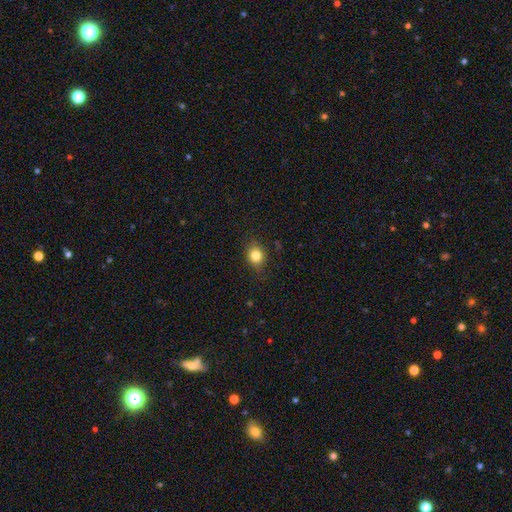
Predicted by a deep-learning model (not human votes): Overall: smooth (82%). How rounded: round (64%; in between 35%). Merging: none (84%).